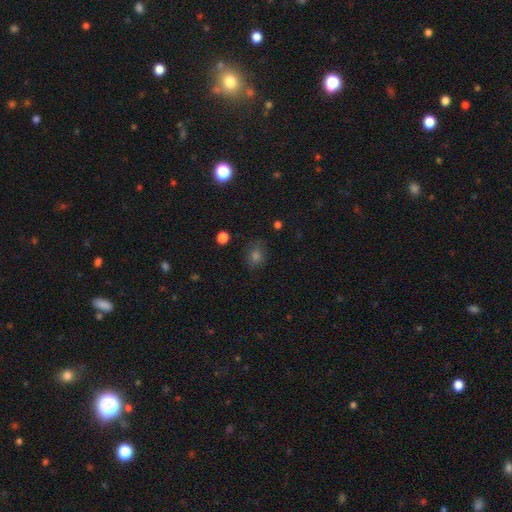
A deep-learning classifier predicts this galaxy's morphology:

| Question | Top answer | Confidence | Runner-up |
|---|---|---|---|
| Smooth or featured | smooth | 68% | star or artifact (23%) |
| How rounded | round | 67% | in between (31%) |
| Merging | none | 76% | minor disturbance (17%) |